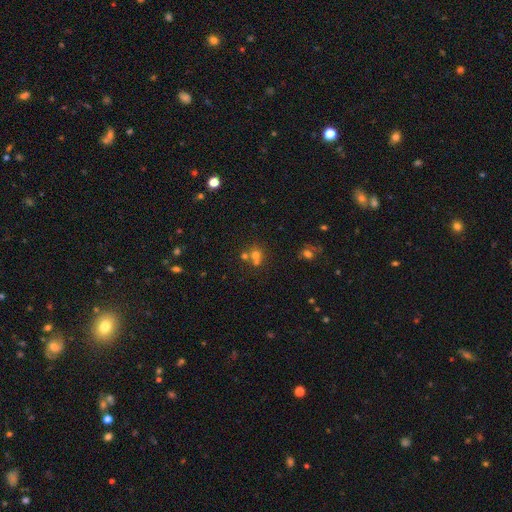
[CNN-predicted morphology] Smooth or featured: smooth — 62% (star or artifact — 22%)
How rounded: round — 81% (in between — 18%)
Merging: merger — 45% (none — 44%)